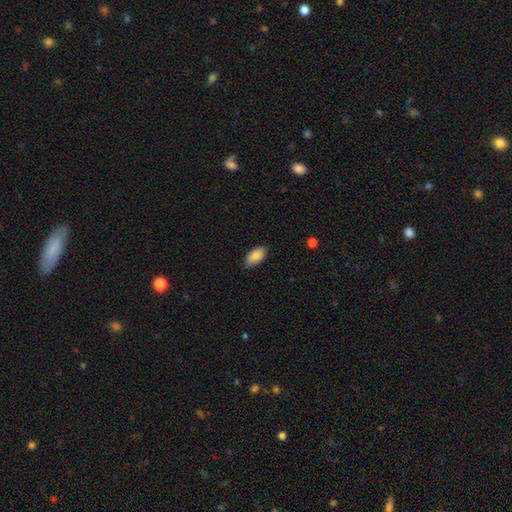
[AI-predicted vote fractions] smooth_or_featured: smooth (p=0.88) [alt: star or artifact p=0.07]
how_rounded: in between (p=0.94) [alt: cigar-shaped p=0.03]
merging: none (p=0.85) [alt: minor disturbance p=0.12]